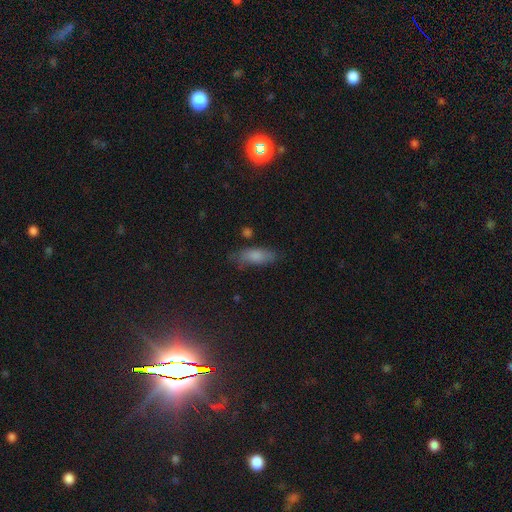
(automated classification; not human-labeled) A smooth galaxy with no disk features (78%) that is in between round and cigar-shaped (70%).

Vote fractions:
- Smooth or featured? smooth: 78% / featured or disk: 13% / star or artifact: 9%
- How rounded? in between: 70% / cigar-shaped: 27% / round: 3%
- Merging? none: 65% / minor disturbance: 25% / major disturbance: 7% / merger: 3%